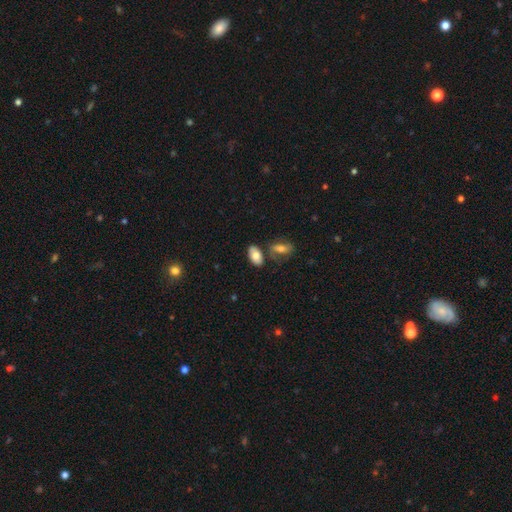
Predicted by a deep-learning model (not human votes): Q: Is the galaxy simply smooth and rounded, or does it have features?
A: smooth — 75%.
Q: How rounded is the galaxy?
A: in between — 93%.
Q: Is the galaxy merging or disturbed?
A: none — 65%.